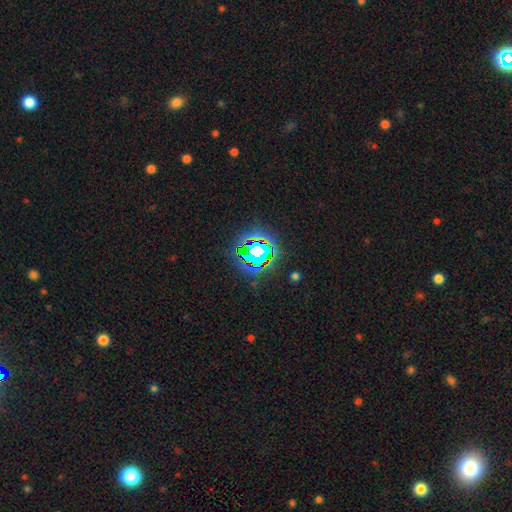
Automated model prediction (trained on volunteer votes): The model was most divided on "smooth or featured": star or artifact: 77%, smooth: 13%, featured or disk: 9%.